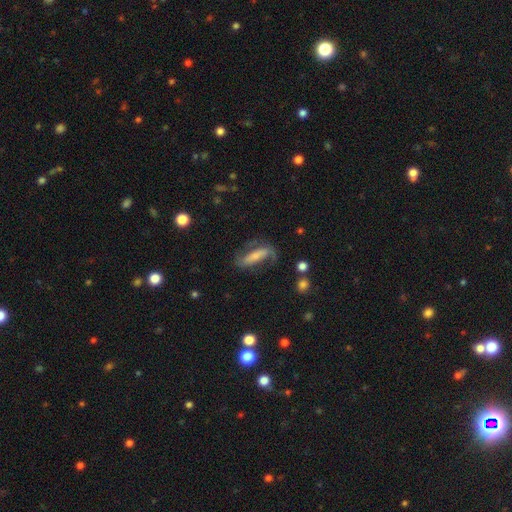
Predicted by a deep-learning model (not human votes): A featured or disk galaxy (62%) with a strong bar (54%), spiral arms (87%) and a small central bulge (45%). Merging: none (60%).